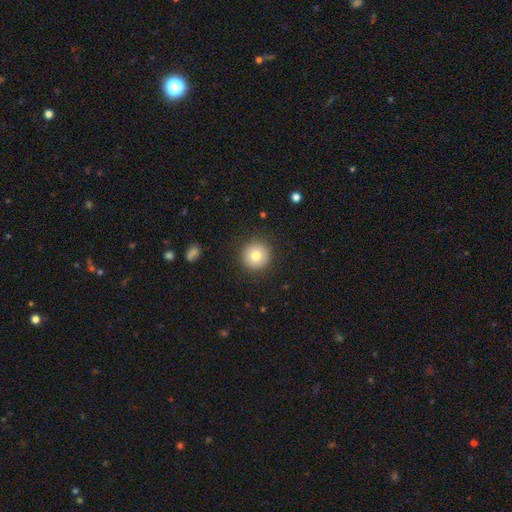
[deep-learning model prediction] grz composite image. It shows a smooth galaxy with no disk features (80%) that is round (95%). Merging: none (91%).